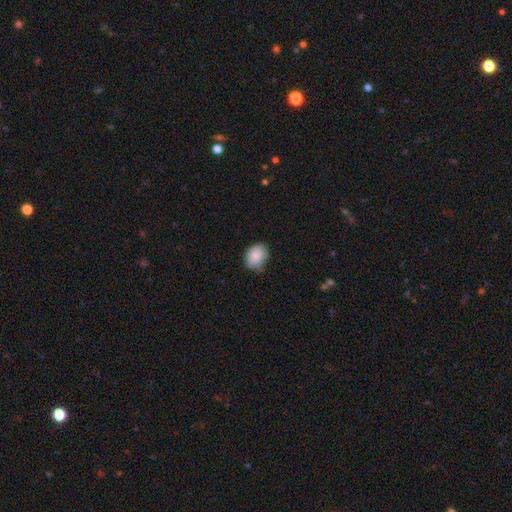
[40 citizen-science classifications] Smooth or featured? 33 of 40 (82%) said smooth. How rounded? 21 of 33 (64%) said in between. Merging? 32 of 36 (89%) said none.